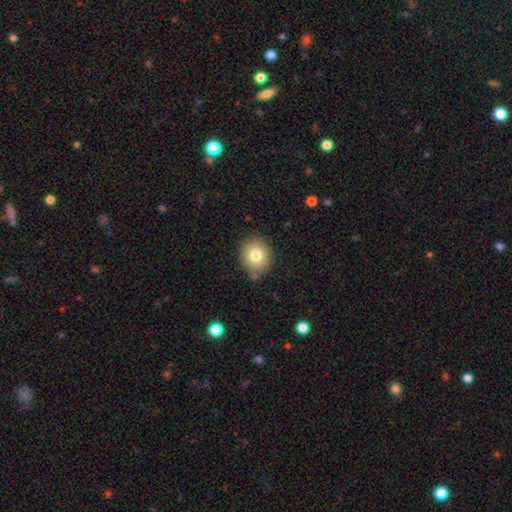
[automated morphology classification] This appears to be a smooth galaxy with no disk features (79%) that is round (74%). Merging: none (78%).